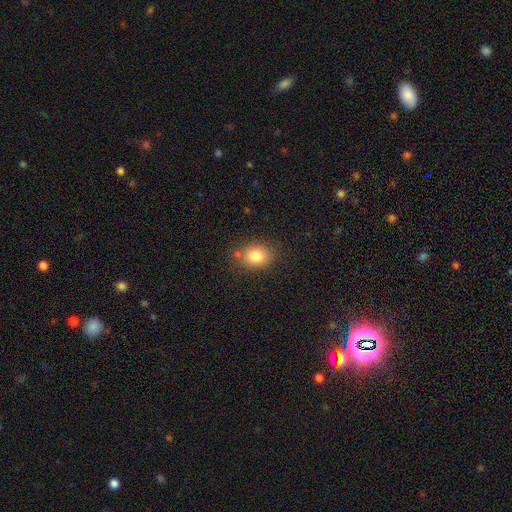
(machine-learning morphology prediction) Q: Smooth or featured?
A: smooth (81%); runner-up: star or artifact (10%)
Q: How rounded?
A: in between (55%); runner-up: round (44%)
Q: Merging?
A: none (77%); runner-up: minor disturbance (14%)